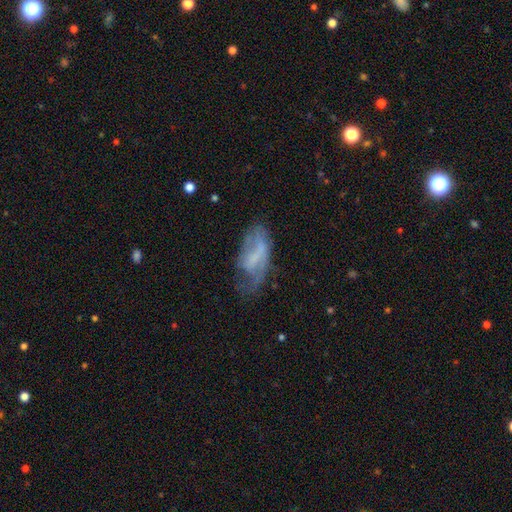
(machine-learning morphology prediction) Smooth or featured: featured or disk — 51% (smooth — 40%)
Edge-on disk: no — 91% (yes — 9%)
Merging: none — 37% (major disturbance — 30%)